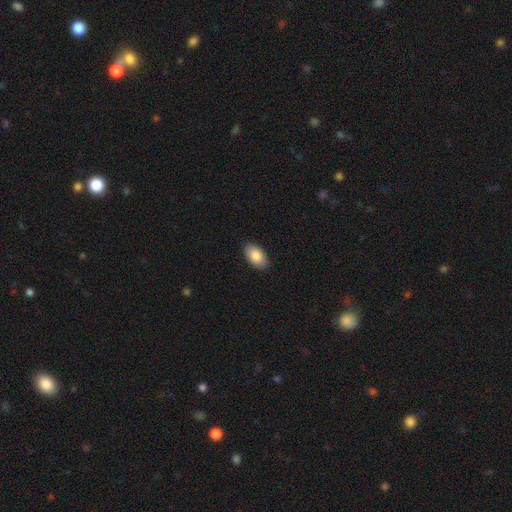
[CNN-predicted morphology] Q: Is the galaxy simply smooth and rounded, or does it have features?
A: smooth — 86%.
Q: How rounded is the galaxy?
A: in between — 94%.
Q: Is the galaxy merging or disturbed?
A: none — 89%.